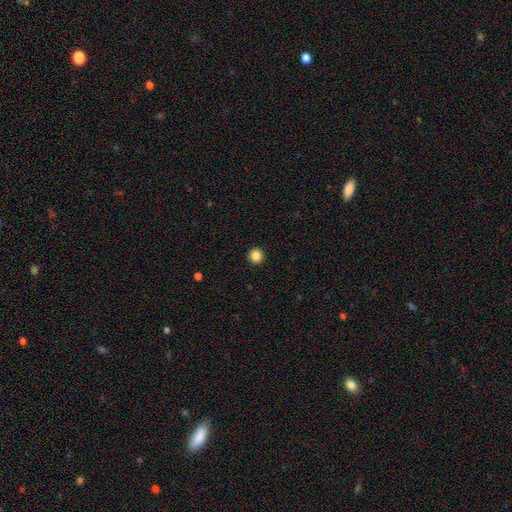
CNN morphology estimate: Smooth or featured? Predicted: smooth (p=0.86). How rounded? Predicted: round (p=0.94). Merging? Predicted: none (p=0.94).